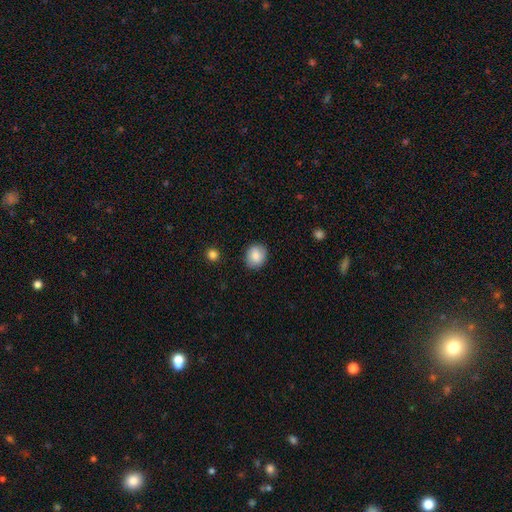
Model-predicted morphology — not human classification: smooth 87%, star or artifact 8%, featured or disk 6%. Down the decision tree: how rounded — round (63%); merging — none (86%).